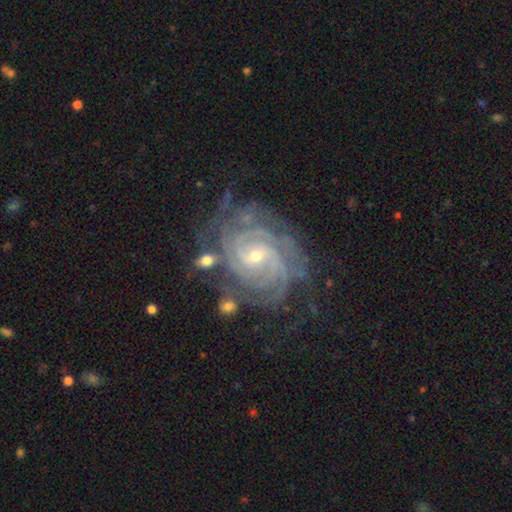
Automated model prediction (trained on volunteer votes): This is clearly a featured or disk galaxy (90%). It is clearly not viewed edge-on (97%). Bar: possibly no (51%). Spiral arm pattern: clearly yes (98%). Spiral arm count: marginally 4 (25%). Spiral winding: likely tight (78%). Central bulge: likely small (67%). Merging: likely none (68%).